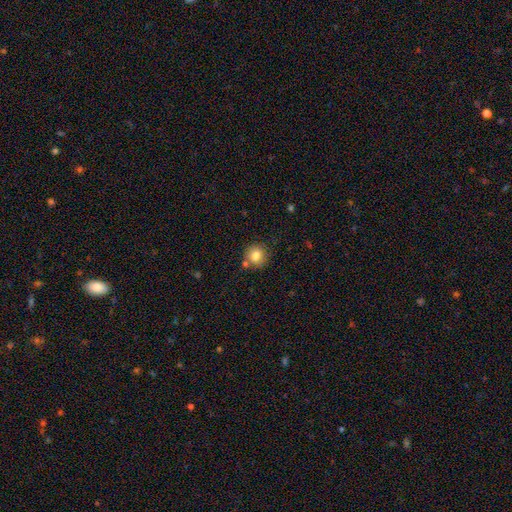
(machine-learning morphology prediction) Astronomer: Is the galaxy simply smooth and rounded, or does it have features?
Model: smooth — 81%.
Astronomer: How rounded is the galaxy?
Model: round — 90%.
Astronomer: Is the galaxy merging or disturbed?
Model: none — 76%.